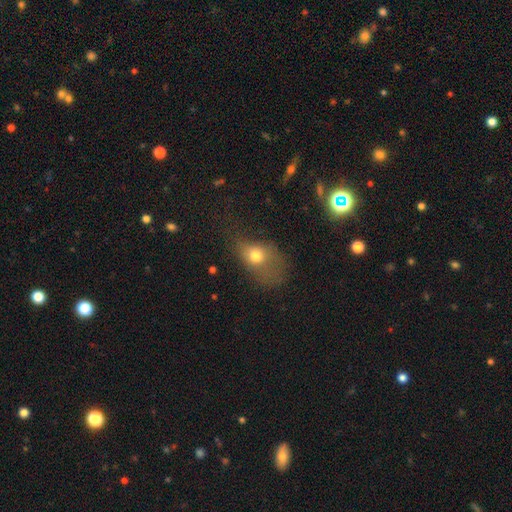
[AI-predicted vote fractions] Q: Smooth or featured?
A: smooth (69%); runner-up: featured or disk (19%)
Q: How rounded?
A: in between (65%); runner-up: round (33%)
Q: Merging?
A: major disturbance (46%); runner-up: none (25%)